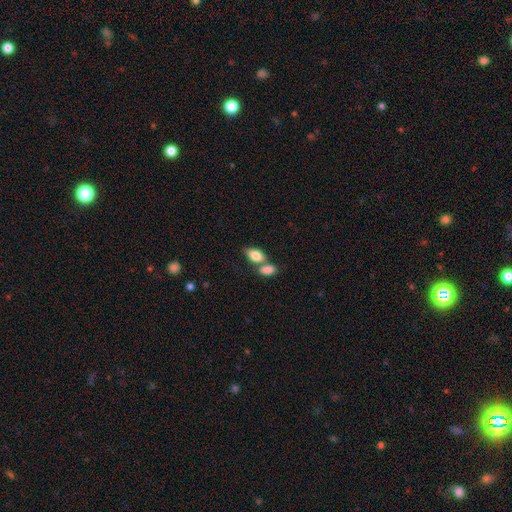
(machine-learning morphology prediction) A smooth galaxy with no disk features (82%) that is in between round and cigar-shaped (89%).

Vote fractions:
- Smooth or featured? smooth: 82% / featured or disk: 11% / star or artifact: 7%
- How rounded? in between: 89% / round: 7% / cigar-shaped: 4%
- Merging? merger: 48% / none: 38% / minor disturbance: 10% / major disturbance: 4%